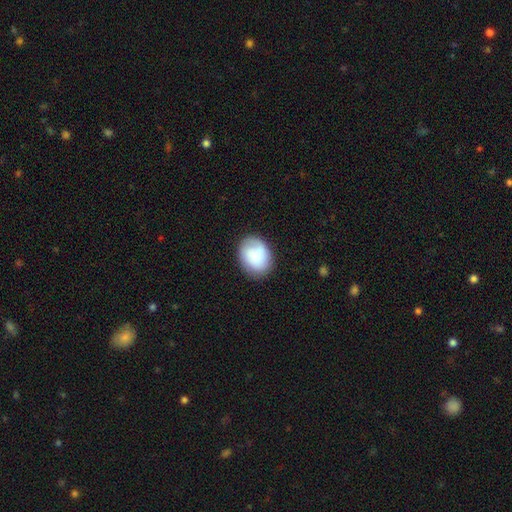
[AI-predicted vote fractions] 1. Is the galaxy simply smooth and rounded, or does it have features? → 77% smooth, 16% featured or disk, 7% star or artifact.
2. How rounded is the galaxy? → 58% in between, 41% round, 1% cigar-shaped.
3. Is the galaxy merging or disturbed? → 75% none, 17% minor disturbance, 6% major disturbance, 2% merger.